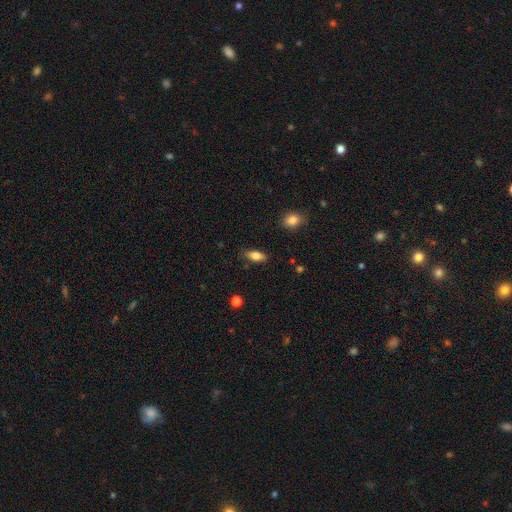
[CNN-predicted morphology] smooth 82%, featured or disk 10%, star or artifact 8%. Down the decision tree: how rounded — in between (84%); merging — none (82%).